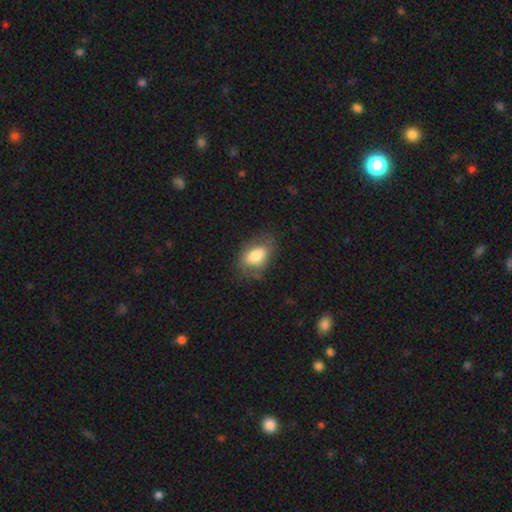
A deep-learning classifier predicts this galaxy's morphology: type=smooth (74%); roundness=in between (87%); merging=none (62%).